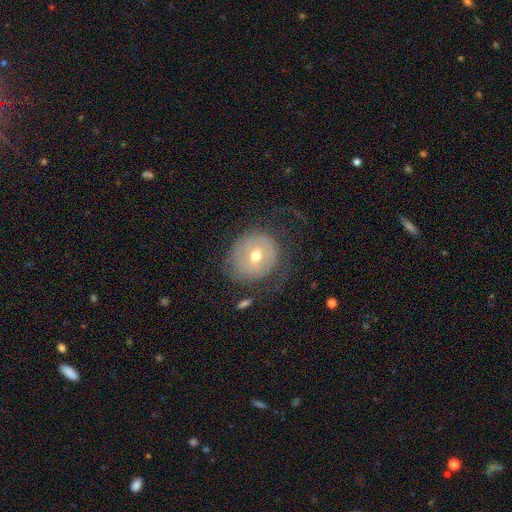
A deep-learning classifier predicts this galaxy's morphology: This is possibly a featured or disk galaxy (54%). It is clearly not viewed edge-on (96%). Bar: possibly no (59%). Spiral arm pattern: possibly yes (56%). Central bulge: likely moderate (68%). Merging: possibly none (58%).